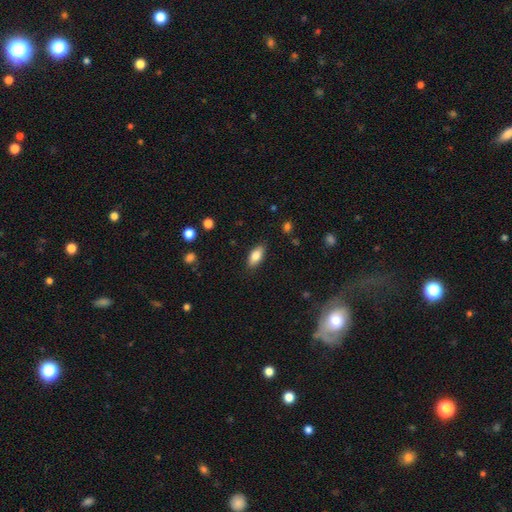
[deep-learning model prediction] Overall: smooth (80%). How rounded: in between (86%). Merging: none (86%).